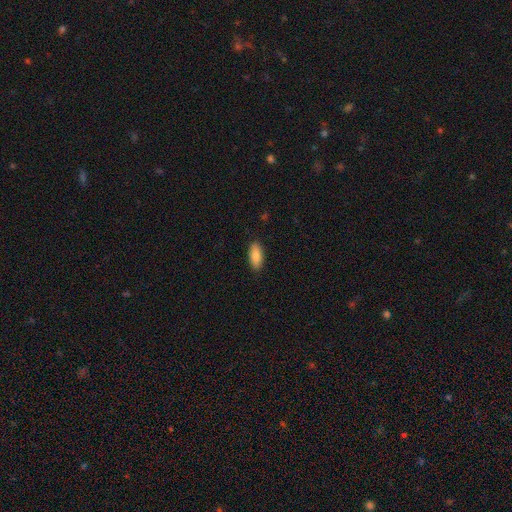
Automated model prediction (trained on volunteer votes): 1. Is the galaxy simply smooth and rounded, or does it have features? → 87% smooth, 7% featured or disk, 6% star or artifact.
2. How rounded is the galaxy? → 82% in between, 16% cigar-shaped, 2% round.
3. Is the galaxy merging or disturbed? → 88% none, 9% minor disturbance, 2% major disturbance, 1% merger.